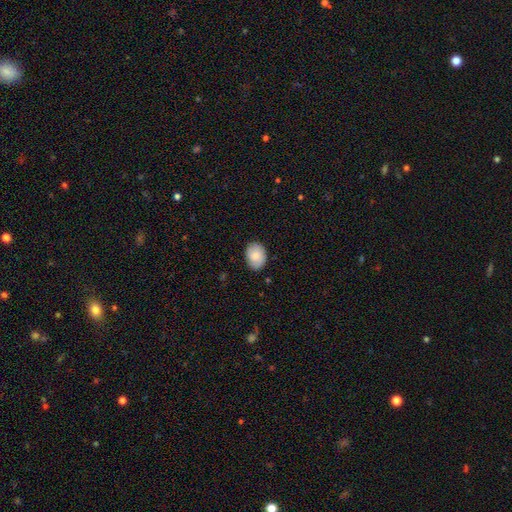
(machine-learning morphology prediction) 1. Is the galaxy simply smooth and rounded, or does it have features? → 80% smooth, 13% featured or disk, 7% star or artifact.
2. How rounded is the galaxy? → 72% in between, 27% round, 1% cigar-shaped.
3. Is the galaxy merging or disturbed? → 83% none, 14% minor disturbance, 3% major disturbance, 1% merger.